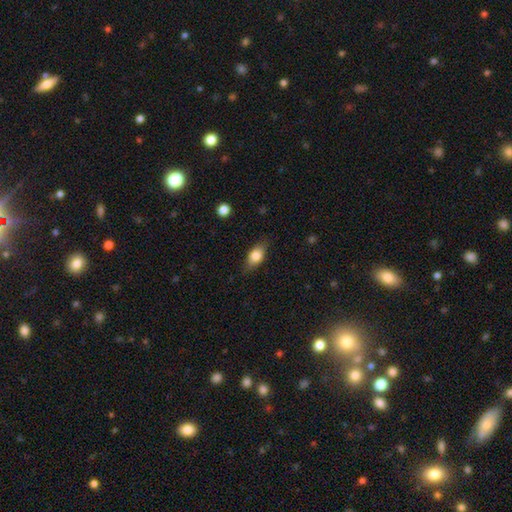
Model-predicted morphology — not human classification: type=smooth (79%); roundness=in between (85%); merging=none (81%).